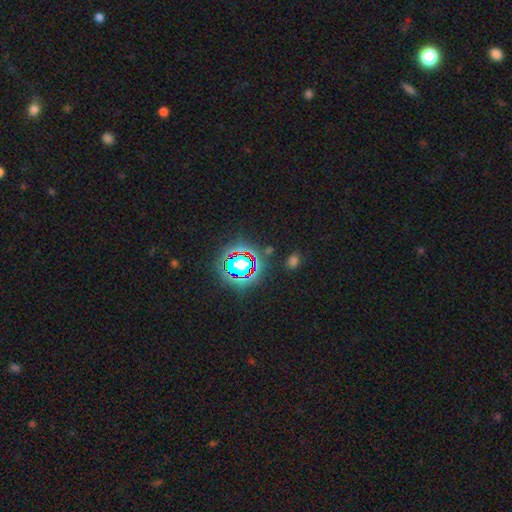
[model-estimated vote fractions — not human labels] This is clearly a star or artifact rather than a galaxy (83%).